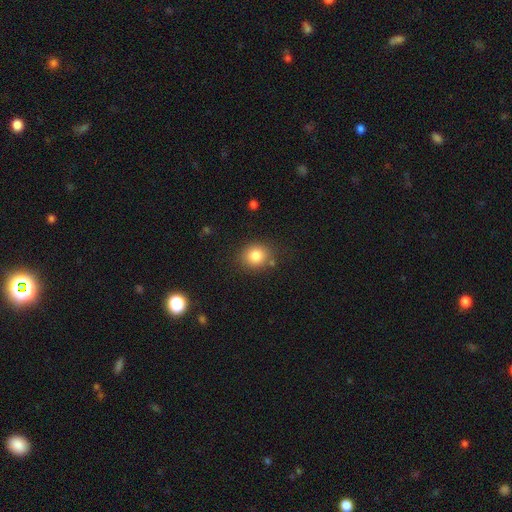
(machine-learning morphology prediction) Smooth or featured? Predicted: smooth (p=0.83). How rounded? Predicted: round (p=0.74). Merging? Predicted: none (p=0.81).